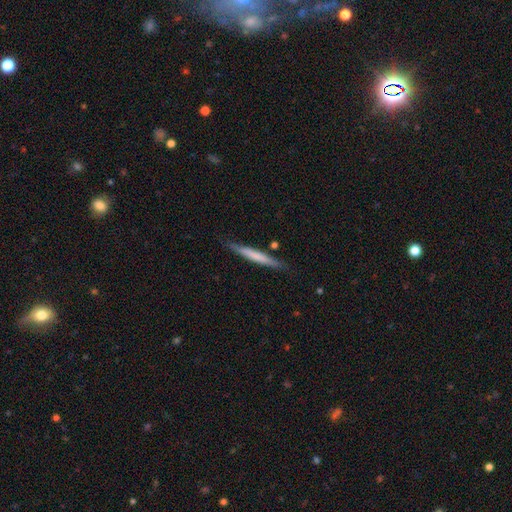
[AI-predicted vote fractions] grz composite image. It shows a smooth galaxy with no disk features (57%) that is cigar-shaped (96%). Merging: none (86%).